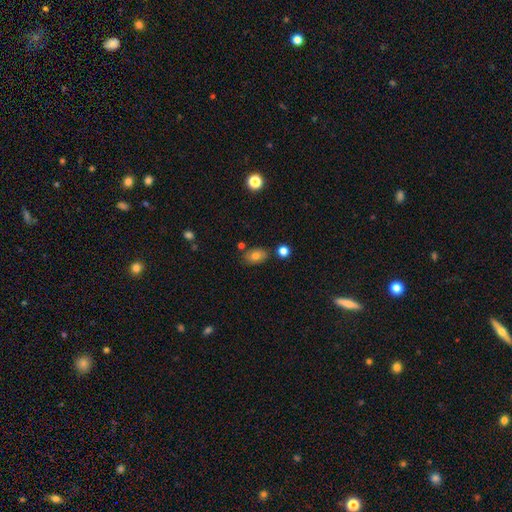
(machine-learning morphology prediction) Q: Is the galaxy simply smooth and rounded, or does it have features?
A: smooth — 75%.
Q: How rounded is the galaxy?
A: in between — 83%.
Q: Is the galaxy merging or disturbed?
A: none — 78%.